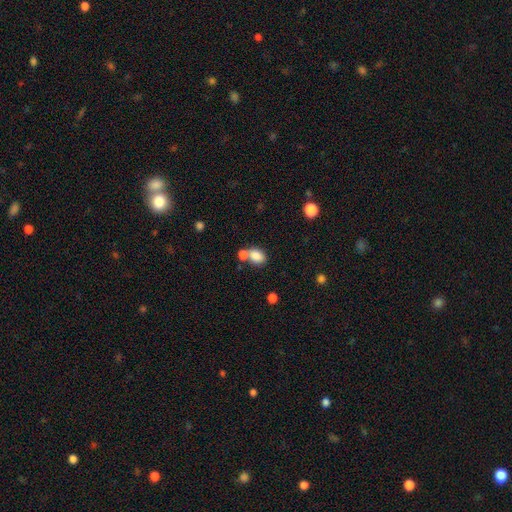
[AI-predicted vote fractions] This is clearly a smooth galaxy (83%). How rounded: likely in between (75%). Merging: possibly none (46%).